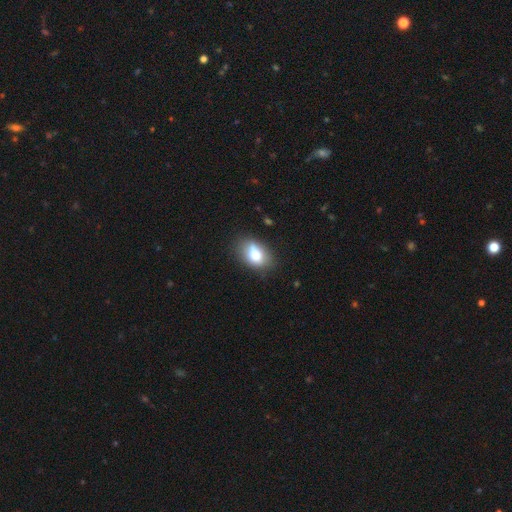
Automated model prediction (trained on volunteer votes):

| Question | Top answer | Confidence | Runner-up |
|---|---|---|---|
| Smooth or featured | smooth | 76% | featured or disk (15%) |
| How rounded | in between | 83% | round (15%) |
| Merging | none | 68% | minor disturbance (23%) |